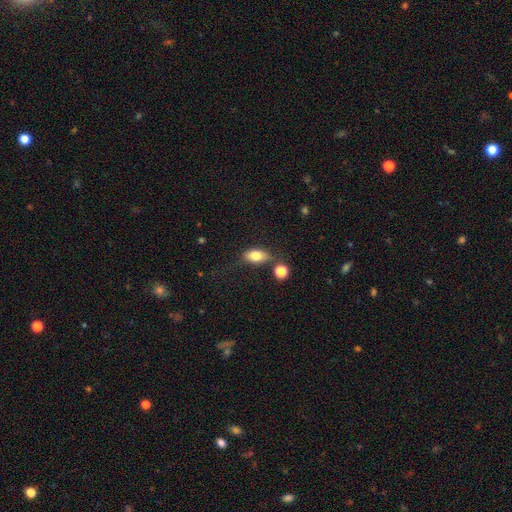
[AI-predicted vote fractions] This appears to be a smooth galaxy with no disk features (78%) that is in between round and cigar-shaped (85%). Merging: none (64%).